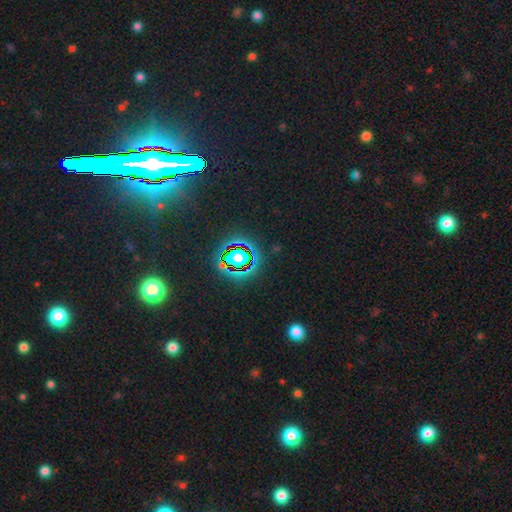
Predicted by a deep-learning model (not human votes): This is clearly a star or artifact rather than a galaxy (81%).